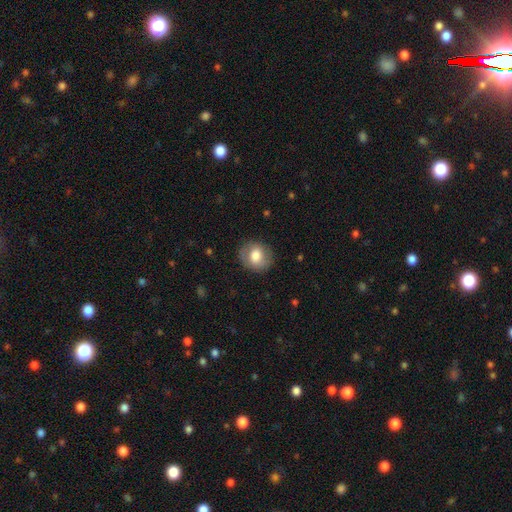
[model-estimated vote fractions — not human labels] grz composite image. It shows a smooth galaxy with no disk features (70%) that is round (72%). Merging: none (83%).